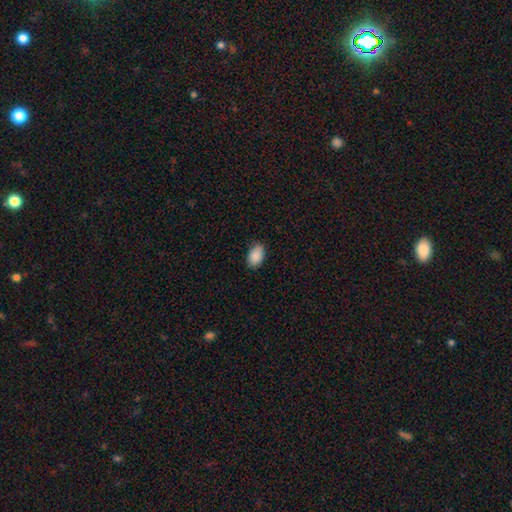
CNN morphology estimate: Smooth or featured?
  - smooth: 90% *
  - star or artifact: 7%
  - featured or disk: 3%
How rounded?
  - in between: 90% *
  - round: 8%
  - cigar-shaped: 1%
Merging?
  - none: 79% *
  - minor disturbance: 18%
  - major disturbance: 3%
  - merger: 1%